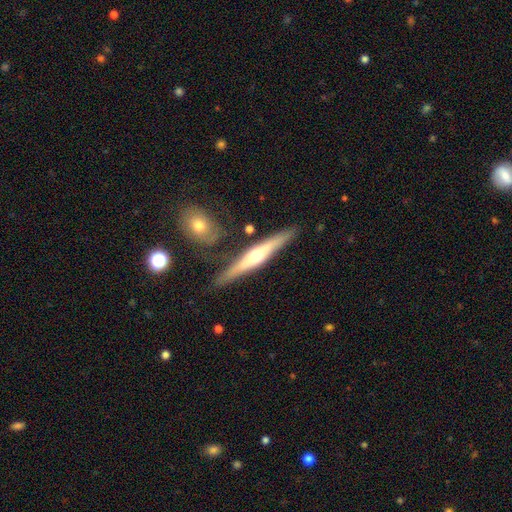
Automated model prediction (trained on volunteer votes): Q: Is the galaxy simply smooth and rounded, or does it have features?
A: featured or disk — 64%.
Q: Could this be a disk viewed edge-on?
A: yes — 94%.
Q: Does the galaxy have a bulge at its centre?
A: rounded — 87%.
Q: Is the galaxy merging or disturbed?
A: none — 81%.